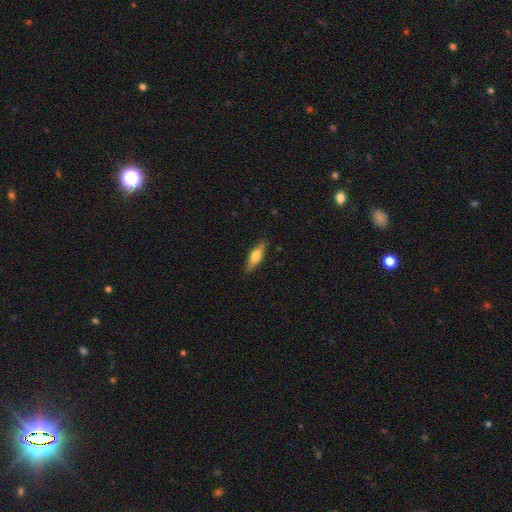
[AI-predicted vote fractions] Smooth or featured? Predicted: smooth (p=0.52). How rounded? Predicted: cigar-shaped (p=0.58). Merging? Predicted: none (p=0.88).